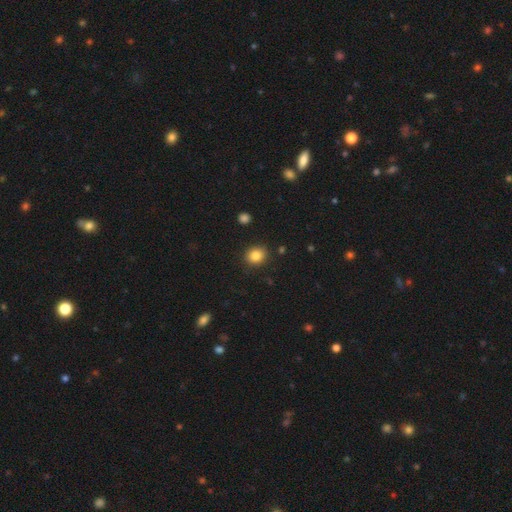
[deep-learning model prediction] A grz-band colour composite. It shows a smooth galaxy with no disk features (85%) that is round (69%). Merging: none (89%).